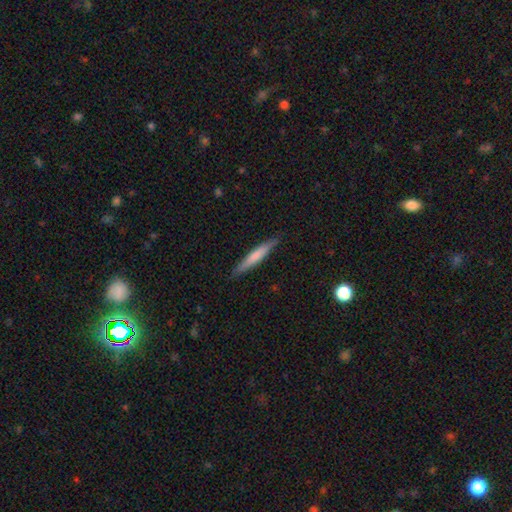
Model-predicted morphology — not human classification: Q: Smooth or featured?
A: smooth (66%); runner-up: featured or disk (29%)
Q: How rounded?
A: cigar-shaped (94%); runner-up: in between (5%)
Q: Merging?
A: none (88%); runner-up: minor disturbance (9%)